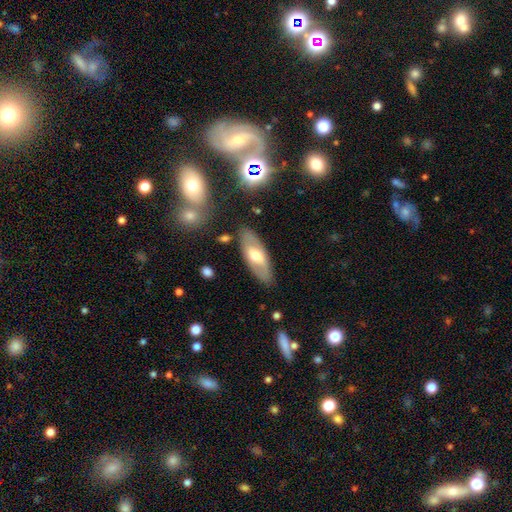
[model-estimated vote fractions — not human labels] Morphology: type=featured or disk (48%); merging=none (83%).